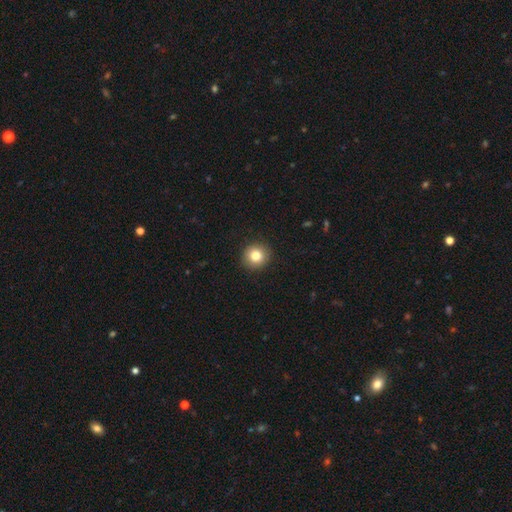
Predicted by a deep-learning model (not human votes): smooth 83%, star or artifact 10%, featured or disk 7%. Down the decision tree: how rounded — round (91%); merging — none (91%).